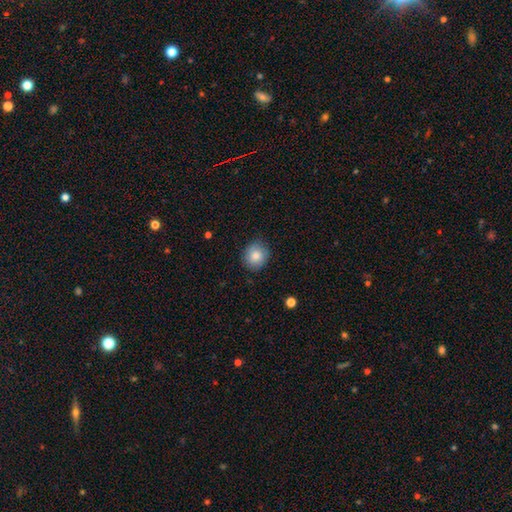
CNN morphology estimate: This is clearly a smooth galaxy (84%). How rounded: clearly round (84%). Merging: clearly none (87%).